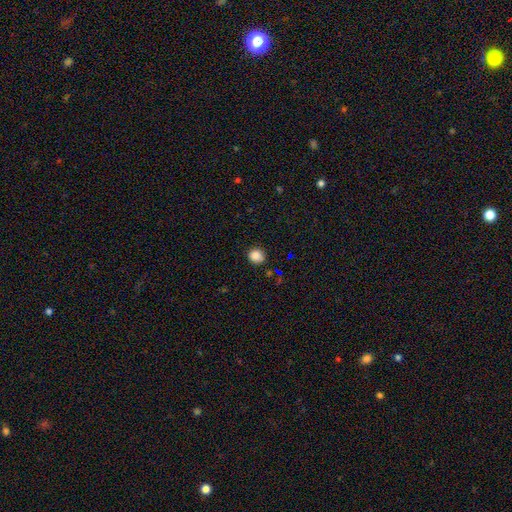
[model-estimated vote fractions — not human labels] smooth-or-featured: smooth: 86% | star or artifact: 10% | featured or disk: 3%
  how-rounded: round: 83% | in between: 16% | cigar-shaped: 1%
  merging: none: 87% | minor disturbance: 9% | major disturbance: 2% | merger: 1%